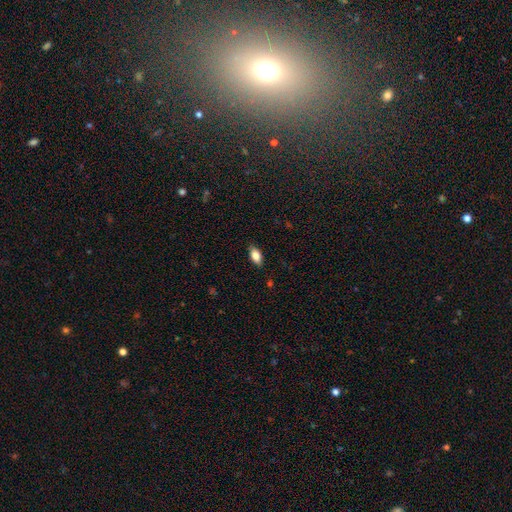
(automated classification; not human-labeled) This appears to be a smooth galaxy with no disk features (81%) that is in between round and cigar-shaped (89%). Merging: none (86%).